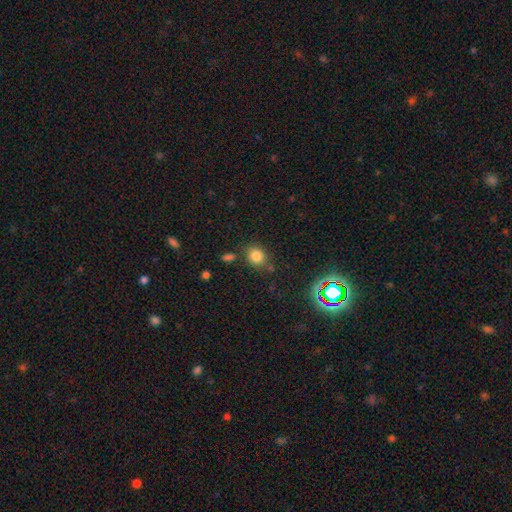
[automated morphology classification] Smooth or featured? smooth (80%)
How rounded? round (70%)
Merging? none (77%)